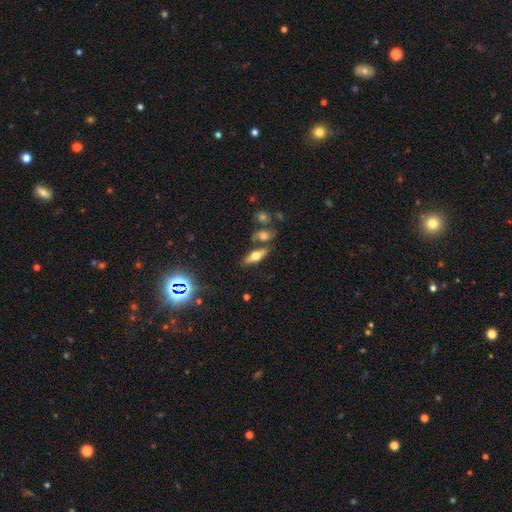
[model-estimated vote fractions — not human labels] A smooth galaxy with no disk features (46%). Merging: none (70%).